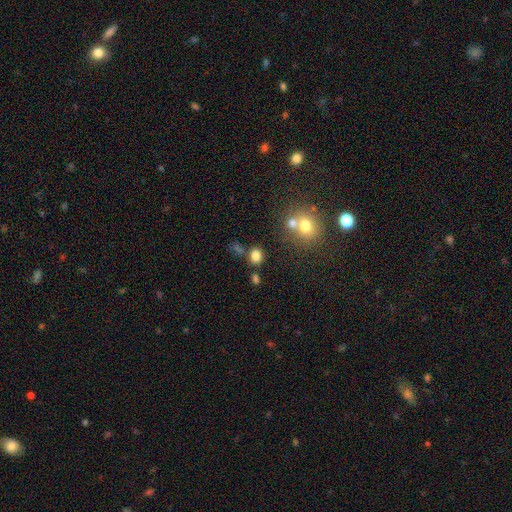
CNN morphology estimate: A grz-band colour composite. It shows a smooth galaxy with no disk features (80%) that is round (61%). Merging: none (72%).